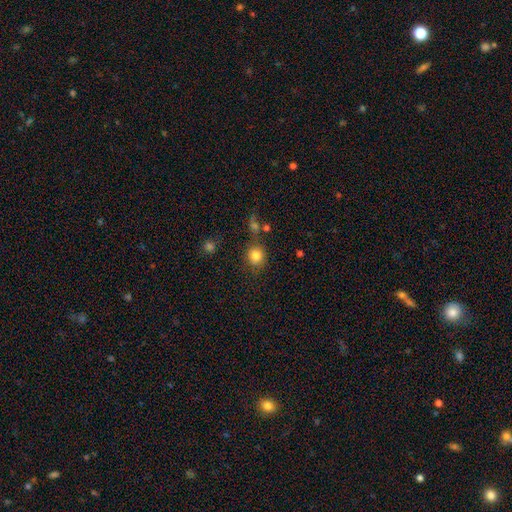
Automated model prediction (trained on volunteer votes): Smooth or featured: smooth — 83% (star or artifact — 11%)
How rounded: round — 83% (in between — 16%)
Merging: none — 71% (minor disturbance — 14%)